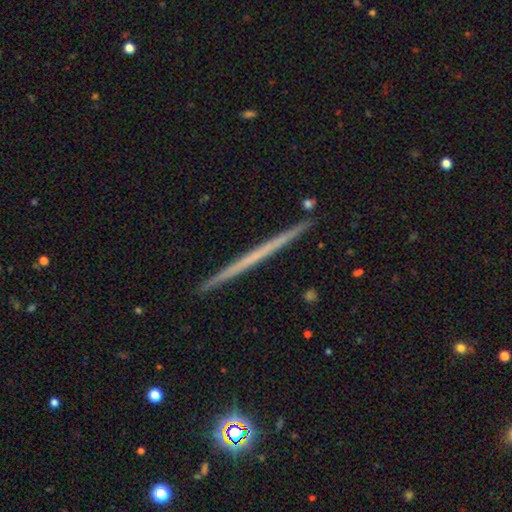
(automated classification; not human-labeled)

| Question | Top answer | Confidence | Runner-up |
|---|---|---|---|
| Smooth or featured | featured or disk | 60% | smooth (33%) |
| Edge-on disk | yes | 98% | no (2%) |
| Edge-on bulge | none | 92% | rounded (6%) |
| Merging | none | 93% | minor disturbance (5%) |